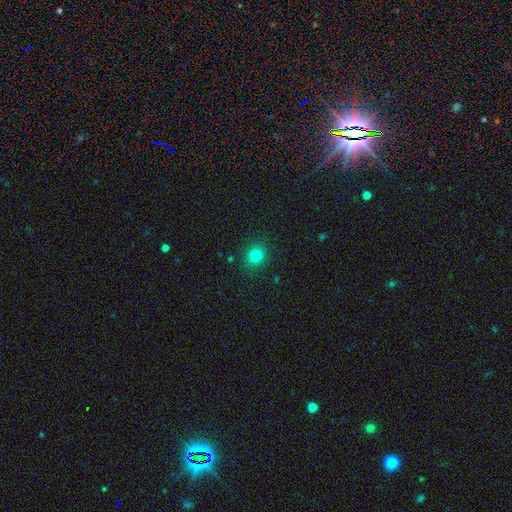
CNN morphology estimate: A smooth galaxy with no disk features (80%) that is round (80%).

Vote fractions:
- Smooth or featured? smooth: 80% / star or artifact: 14% / featured or disk: 6%
- How rounded? round: 80% / in between: 19% / cigar-shaped: 1%
- Merging? none: 89% / minor disturbance: 8% / major disturbance: 2% / merger: 1%